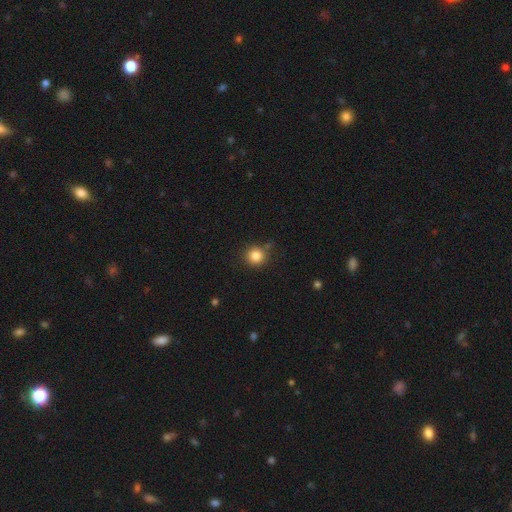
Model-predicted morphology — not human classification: Smooth or featured? smooth (84%)
How rounded? round (92%)
Merging? none (81%)